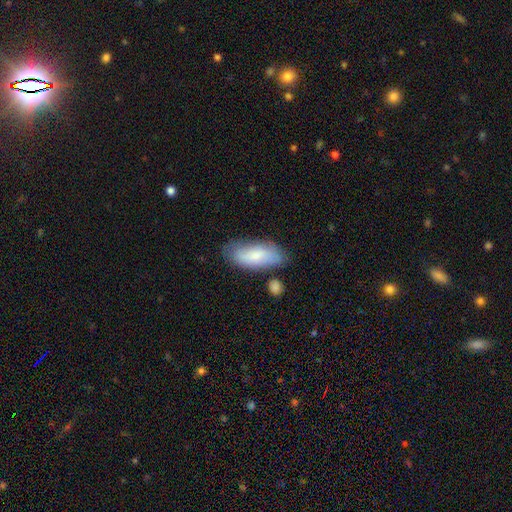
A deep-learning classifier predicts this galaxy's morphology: Smooth or featured: smooth — 73% (featured or disk — 21%)
How rounded: in between — 88% (cigar-shaped — 9%)
Merging: none — 68% (minor disturbance — 21%)